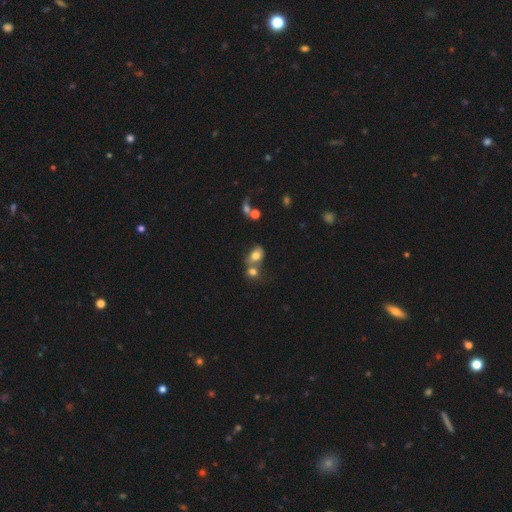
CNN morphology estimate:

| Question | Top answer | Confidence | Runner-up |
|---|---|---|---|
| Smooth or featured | smooth | 74% | featured or disk (15%) |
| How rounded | in between | 70% | round (28%) |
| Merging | merger | 52% | none (32%) |